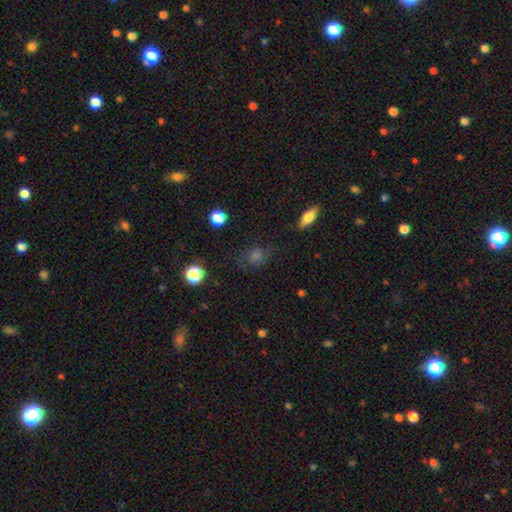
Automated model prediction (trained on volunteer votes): A smooth galaxy with no disk features (57%) that is round (55%).

Vote fractions:
- Smooth or featured? smooth: 57% / star or artifact: 25% / featured or disk: 18%
- How rounded? round: 55% / in between: 41% / cigar-shaped: 3%
- Merging? none: 68% / minor disturbance: 20% / major disturbance: 10% / merger: 2%